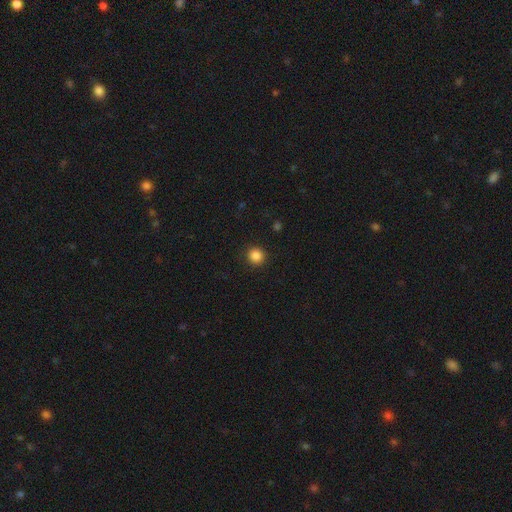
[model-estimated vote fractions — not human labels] The model was most divided on "smooth or featured": smooth: 86%, star or artifact: 11%, featured or disk: 3%. More confident: how rounded — round (94%); merging — none (92%).